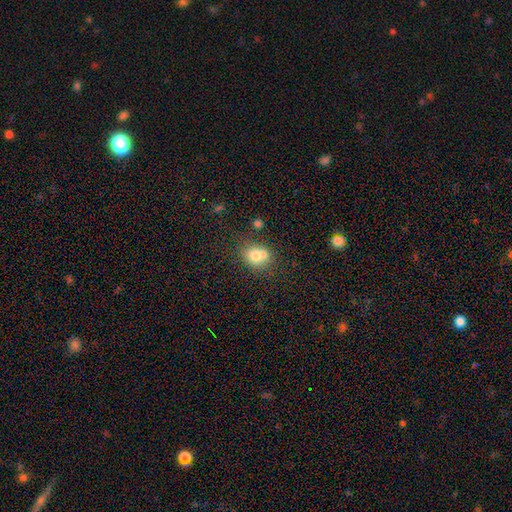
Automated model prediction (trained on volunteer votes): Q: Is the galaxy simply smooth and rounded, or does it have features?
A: smooth — 73%.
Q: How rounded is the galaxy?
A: round — 57%.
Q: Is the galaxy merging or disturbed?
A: none — 43%.